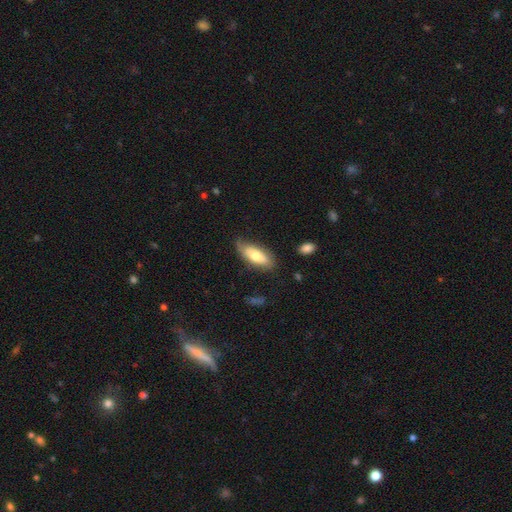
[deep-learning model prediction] Smooth or featured? Predicted: smooth (p=0.63). How rounded? Predicted: in between (p=0.80). Merging? Predicted: none (p=0.64).